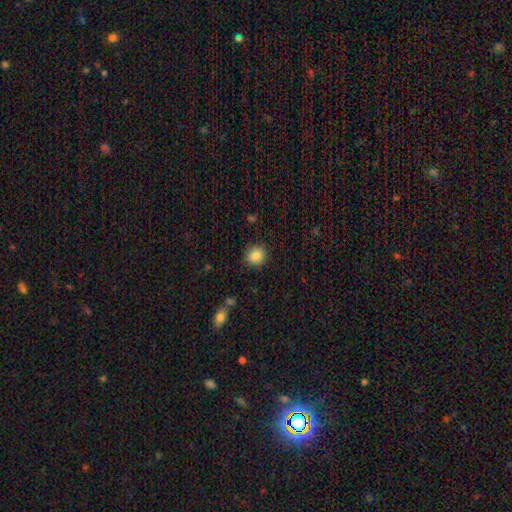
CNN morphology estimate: type=smooth (86%); roundness=round (81%); merging=none (88%).